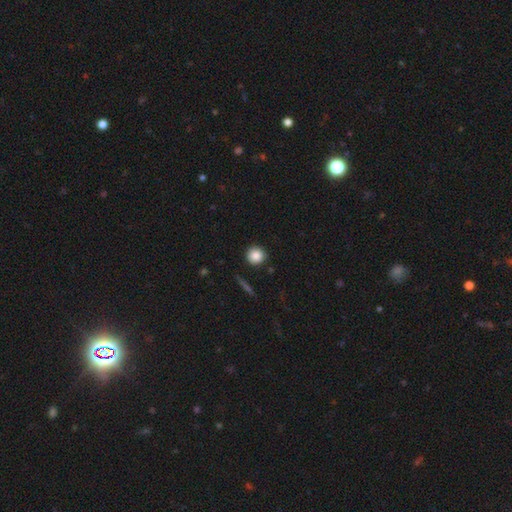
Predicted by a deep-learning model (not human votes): Overall: smooth (86%). How rounded: round (93%). Merging: none (90%).